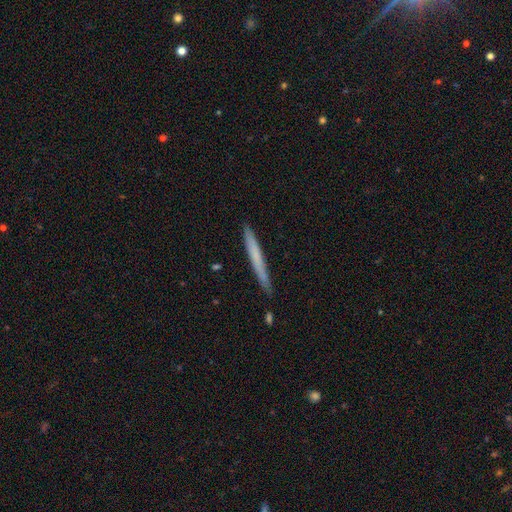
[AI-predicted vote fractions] Overall: smooth (60%; featured or disk 34%). How rounded: cigar-shaped (97%). Merging: none (88%).